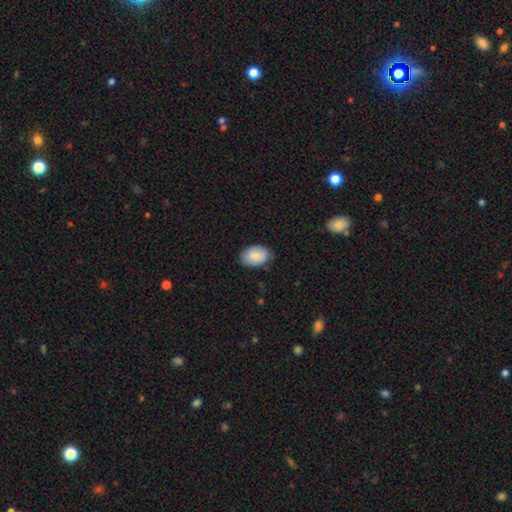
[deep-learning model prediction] Overall: smooth (83%). How rounded: in between (87%). Merging: none (81%).